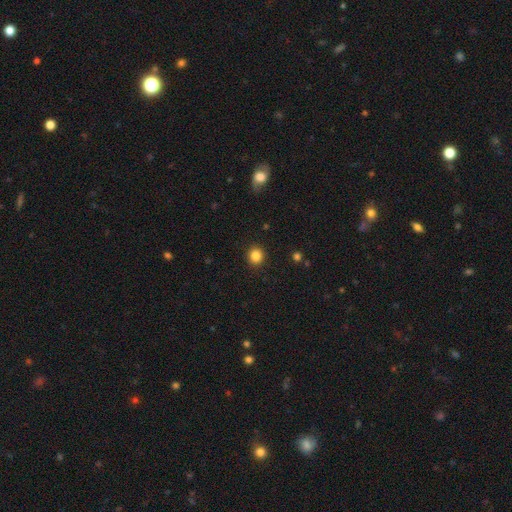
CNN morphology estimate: smooth-or-featured: smooth: 85% | star or artifact: 11% | featured or disk: 4%
  how-rounded: round: 88% | in between: 11% | cigar-shaped: 1%
  merging: none: 91% | minor disturbance: 5% | major disturbance: 2% | merger: 1%